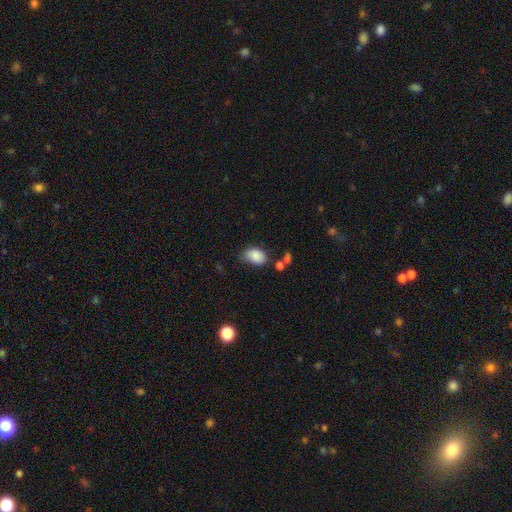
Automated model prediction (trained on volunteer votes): smooth 85%, star or artifact 8%, featured or disk 6%. Down the decision tree: how rounded — in between (86%); merging — none (59%).